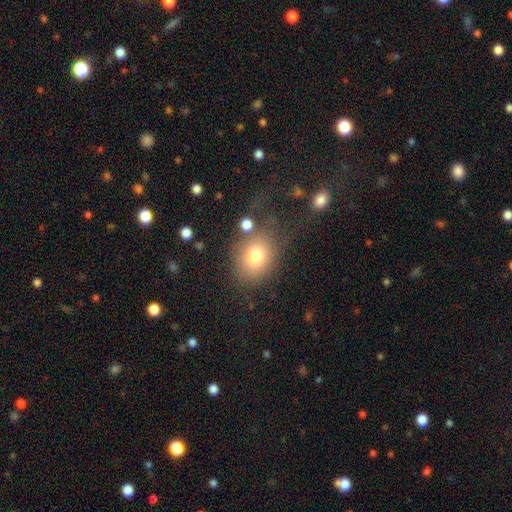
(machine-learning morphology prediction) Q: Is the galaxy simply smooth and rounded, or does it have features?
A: smooth — 75%.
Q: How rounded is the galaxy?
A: round — 50%.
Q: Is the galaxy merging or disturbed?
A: none — 50%.